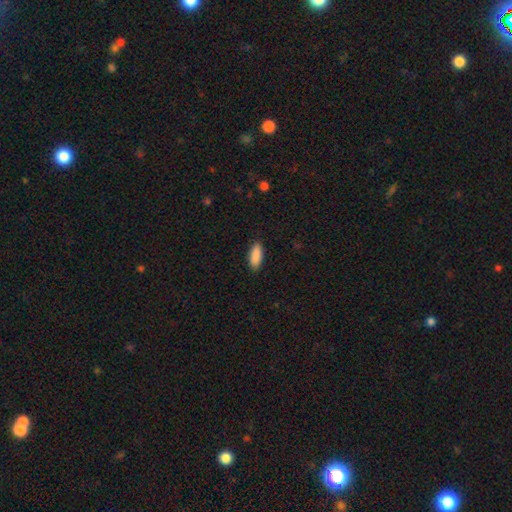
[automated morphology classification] Smooth or featured: smooth — 91% (star or artifact — 6%)
How rounded: in between — 78% (cigar-shaped — 20%)
Merging: none — 89% (minor disturbance — 8%)